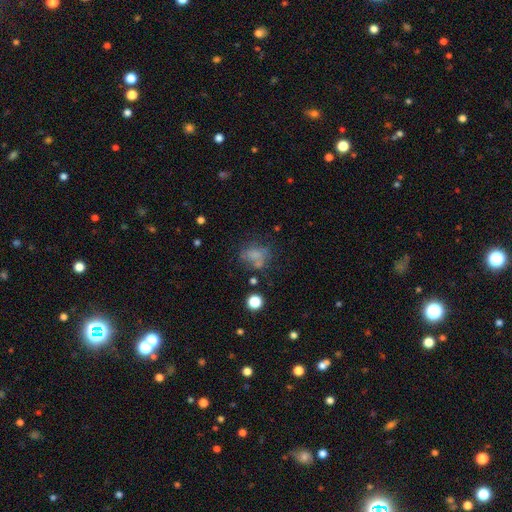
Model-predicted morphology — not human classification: type=smooth (58%); roundness=in between (54%); merging=none (42%).